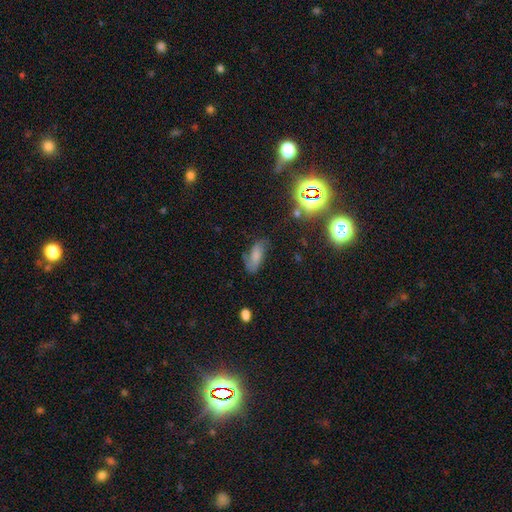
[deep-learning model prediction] Q: Smooth or featured?
A: smooth (63%); runner-up: featured or disk (23%)
Q: How rounded?
A: in between (82%); runner-up: cigar-shaped (15%)
Q: Merging?
A: none (58%); runner-up: minor disturbance (28%)